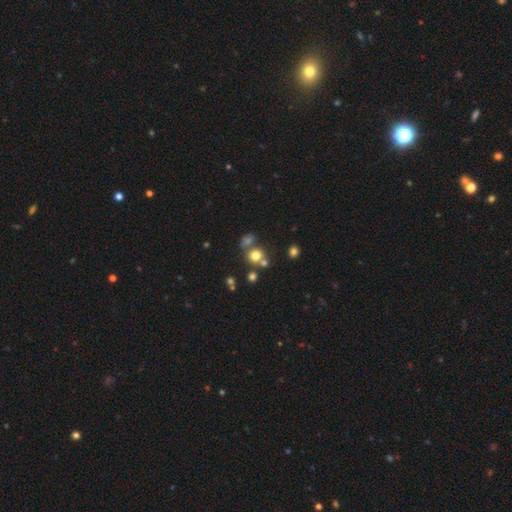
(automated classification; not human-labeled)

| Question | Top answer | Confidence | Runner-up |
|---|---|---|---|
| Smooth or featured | smooth | 71% | star or artifact (18%) |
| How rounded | round | 85% | in between (14%) |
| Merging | none | 58% | merger (28%) |